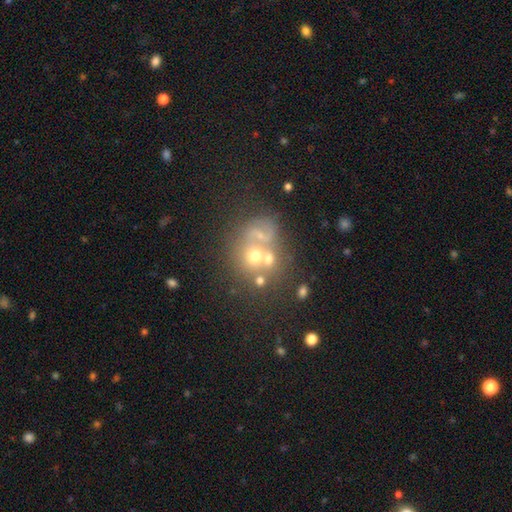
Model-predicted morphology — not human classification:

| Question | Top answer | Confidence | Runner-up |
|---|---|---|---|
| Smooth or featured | smooth | 46% | featured or disk (38%) |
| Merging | merger | 42% | none (36%) |